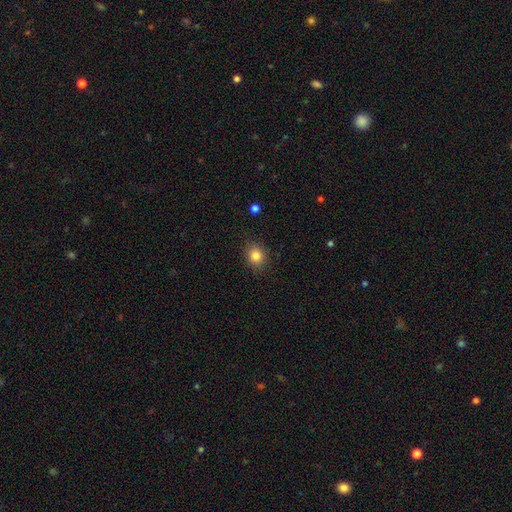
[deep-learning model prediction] smooth 83%, star or artifact 11%, featured or disk 6%. Down the decision tree: how rounded — round (68%); merging — none (88%).